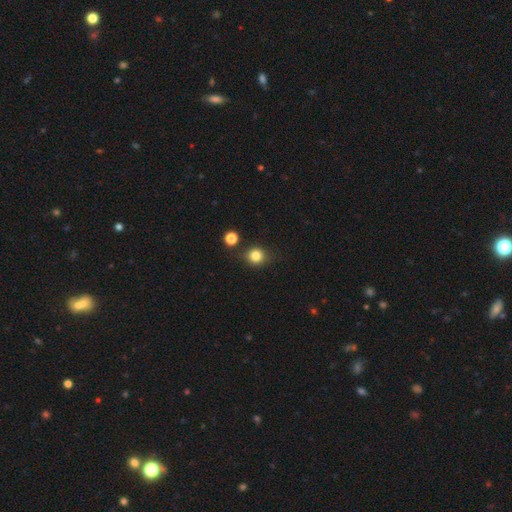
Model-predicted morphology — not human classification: smooth_or_featured: smooth (p=0.82) [alt: star or artifact p=0.12]
how_rounded: round (p=0.84) [alt: in between p=0.15]
merging: none (p=0.79) [alt: minor disturbance p=0.12]